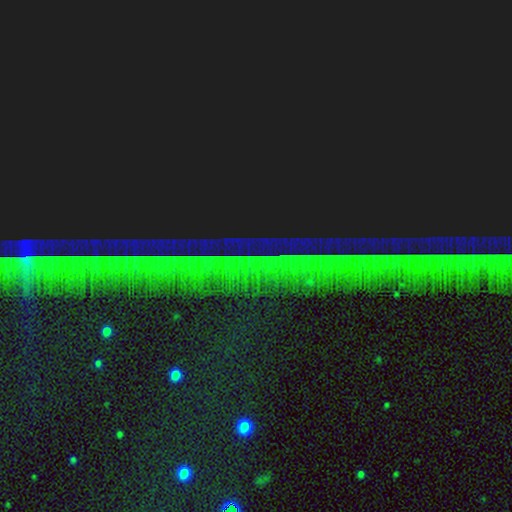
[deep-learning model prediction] A star or artifact, not a galaxy (88%).